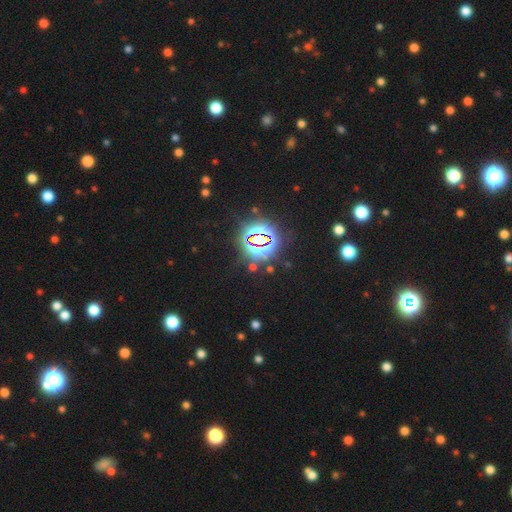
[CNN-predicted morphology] Overall: star or artifact (83%).